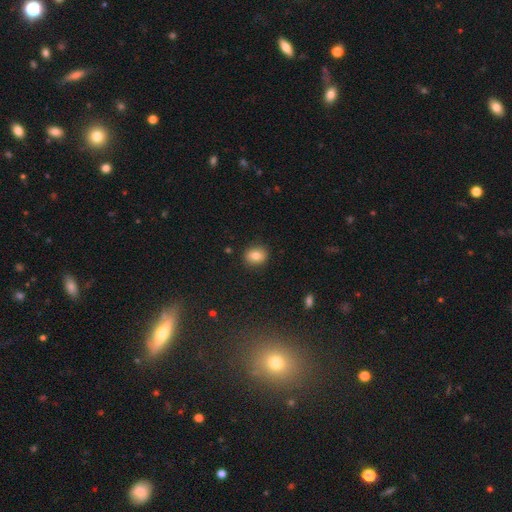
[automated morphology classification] Q: Smooth or featured?
A: smooth (80%); runner-up: star or artifact (10%)
Q: How rounded?
A: round (59%); runner-up: in between (40%)
Q: Merging?
A: none (89%); runner-up: minor disturbance (8%)